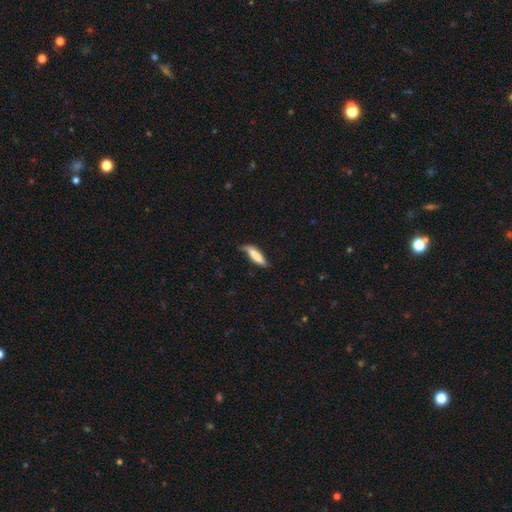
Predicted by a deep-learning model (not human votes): Smooth or featured?
  - smooth: 77% *
  - featured or disk: 17%
  - star or artifact: 6%
How rounded?
  - cigar-shaped: 64% *
  - in between: 34%
  - round: 2%
Merging?
  - none: 55% *
  - minor disturbance: 35%
  - major disturbance: 8%
  - merger: 2%